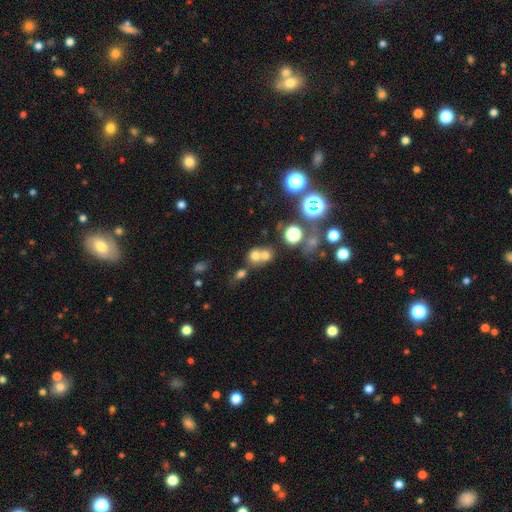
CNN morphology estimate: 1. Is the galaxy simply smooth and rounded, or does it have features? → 65% smooth, 21% star or artifact, 14% featured or disk.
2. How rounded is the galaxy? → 75% round, 23% in between, 1% cigar-shaped.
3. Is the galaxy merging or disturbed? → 53% merger, 36% none, 7% minor disturbance, 4% major disturbance.